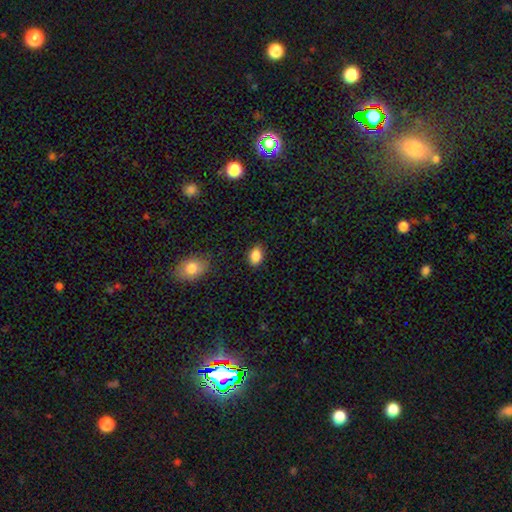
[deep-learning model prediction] Smooth or featured? Predicted: smooth (p=0.87). How rounded? Predicted: in between (p=0.83). Merging? Predicted: none (p=0.84).